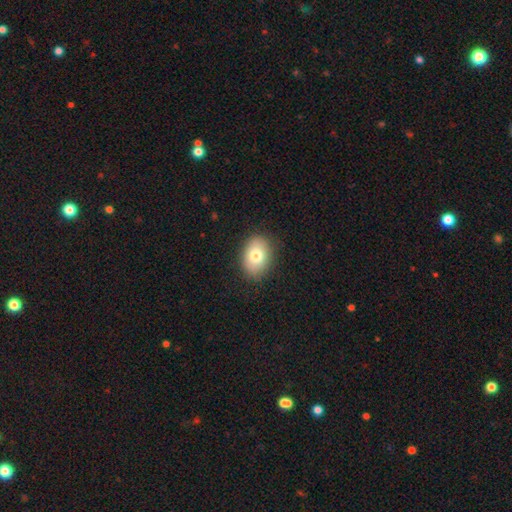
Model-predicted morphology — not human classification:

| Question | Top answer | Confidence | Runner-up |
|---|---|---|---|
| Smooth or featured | smooth | 77% | featured or disk (15%) |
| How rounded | in between | 74% | round (25%) |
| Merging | none | 85% | minor disturbance (11%) |